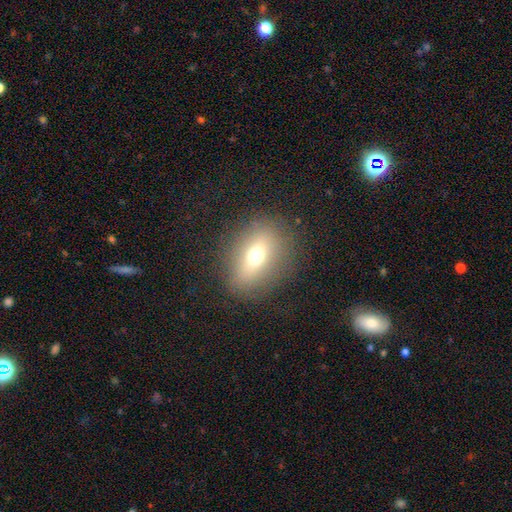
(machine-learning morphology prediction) Smooth or featured: smooth — 60% (featured or disk — 26%)
How rounded: in between — 59% (round — 35%)
Merging: none — 83% (minor disturbance — 10%)